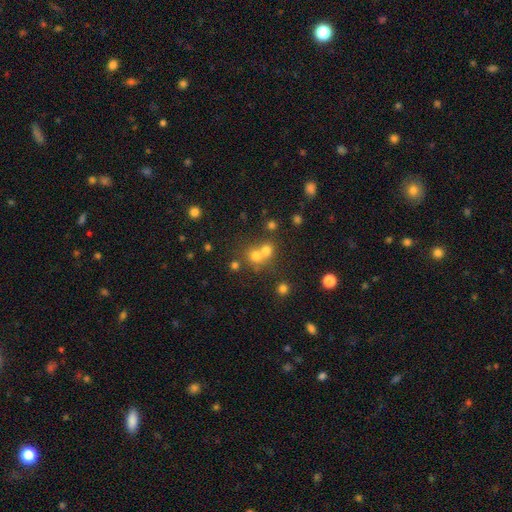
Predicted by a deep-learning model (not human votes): Smooth or featured?
  - smooth: 68% *
  - star or artifact: 19%
  - featured or disk: 13%
How rounded?
  - round: 81% *
  - in between: 18%
  - cigar-shaped: 1%
Merging?
  - merger: 51% *
  - none: 40%
  - minor disturbance: 6%
  - major disturbance: 3%